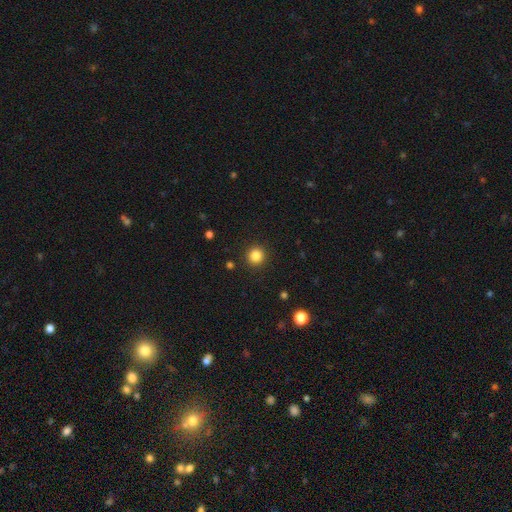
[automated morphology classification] Smooth or featured? smooth (84%)
How rounded? round (94%)
Merging? none (92%)